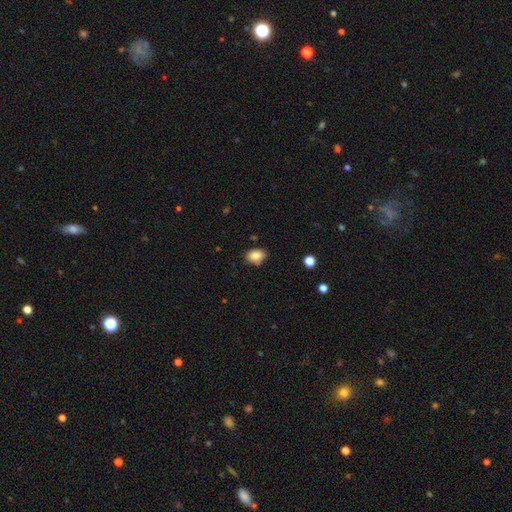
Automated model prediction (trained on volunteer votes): A smooth galaxy with no disk features (85%) that is in between round and cigar-shaped (72%).

Vote fractions:
- Smooth or featured? smooth: 85% / star or artifact: 9% / featured or disk: 6%
- How rounded? in between: 72% / round: 27% / cigar-shaped: 1%
- Merging? none: 78% / minor disturbance: 16% / merger: 3% / major disturbance: 3%